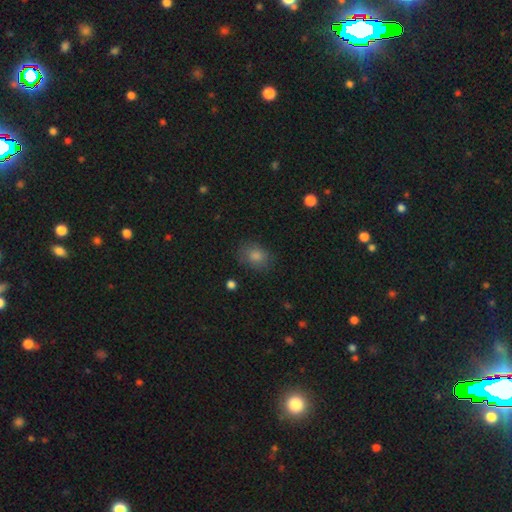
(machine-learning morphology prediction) smooth-or-featured: smooth: 76% | star or artifact: 16% | featured or disk: 8%
  how-rounded: in between: 55% | round: 44% | cigar-shaped: 1%
  merging: none: 83% | minor disturbance: 13% | major disturbance: 3% | merger: 1%